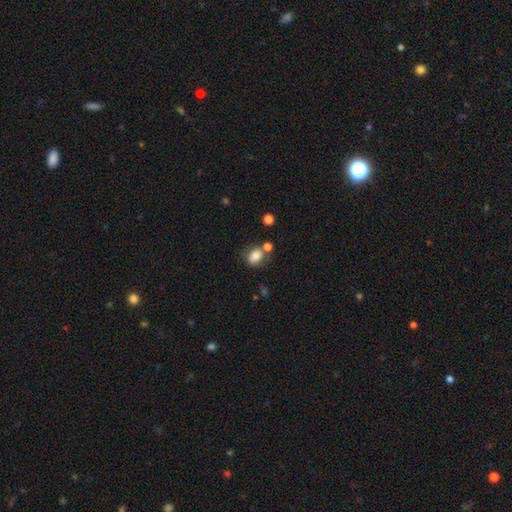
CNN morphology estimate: This appears to be a smooth galaxy with no disk features (77%) that is in between round and cigar-shaped (62%). Merging: none (54%).